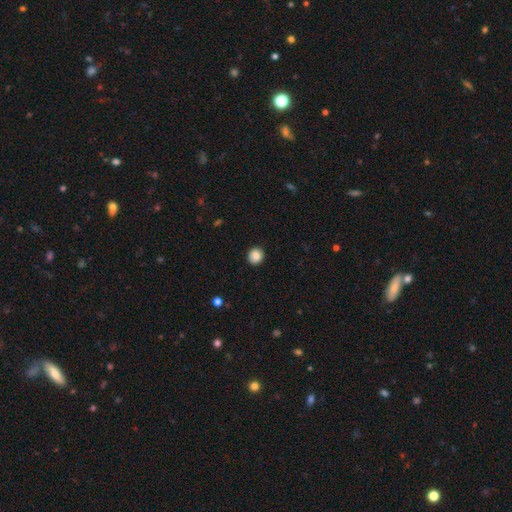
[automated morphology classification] Q: Smooth or featured?
A: smooth (84%); runner-up: star or artifact (8%)
Q: How rounded?
A: round (85%); runner-up: in between (14%)
Q: Merging?
A: none (90%); runner-up: minor disturbance (7%)